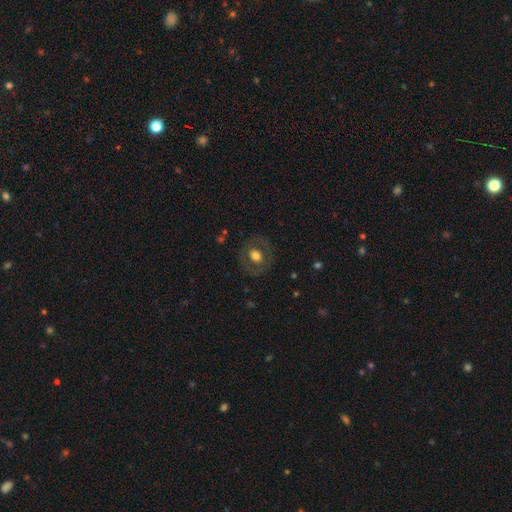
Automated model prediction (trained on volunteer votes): smooth-or-featured: smooth: 57% | featured or disk: 35% | star or artifact: 8%
  how-rounded: round: 69% | in between: 30% | cigar-shaped: 1%
  merging: none: 83% | minor disturbance: 10% | major disturbance: 6% | merger: 1%